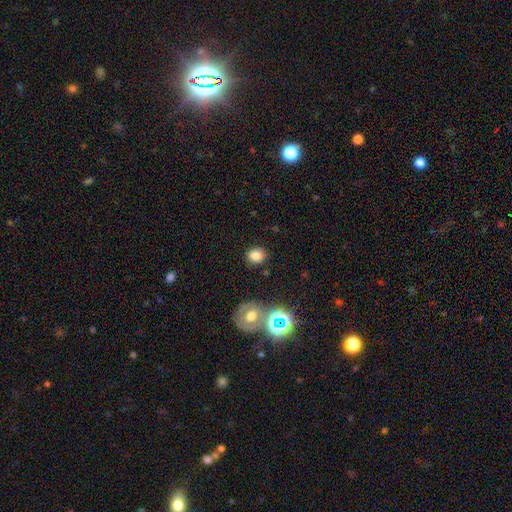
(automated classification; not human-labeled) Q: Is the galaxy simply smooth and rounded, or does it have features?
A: smooth — 77%.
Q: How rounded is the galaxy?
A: round — 61%.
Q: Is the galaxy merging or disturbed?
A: none — 84%.